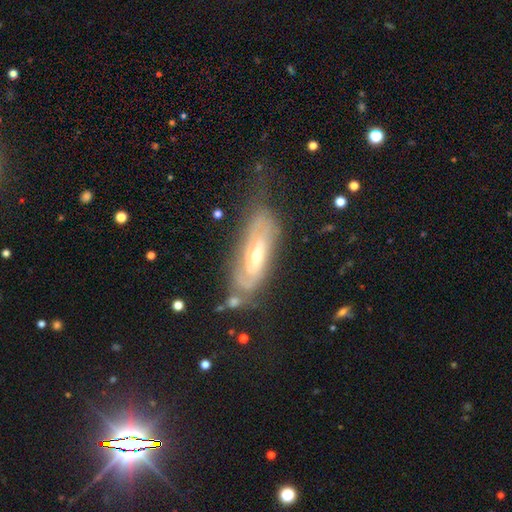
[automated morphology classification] type=featured or disk (74%); edge-on=no (80%); bar=no (49%); spiral arms=yes (81%); bulge=moderate (55%); merging=none (58%).